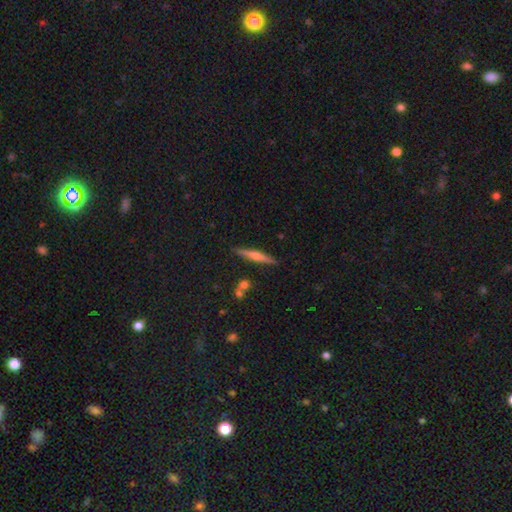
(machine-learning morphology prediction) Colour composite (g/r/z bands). It shows a featured or disk galaxy (56%) viewed edge-on (96%) with a rounded central bulge (75%). Merging: none (87%).